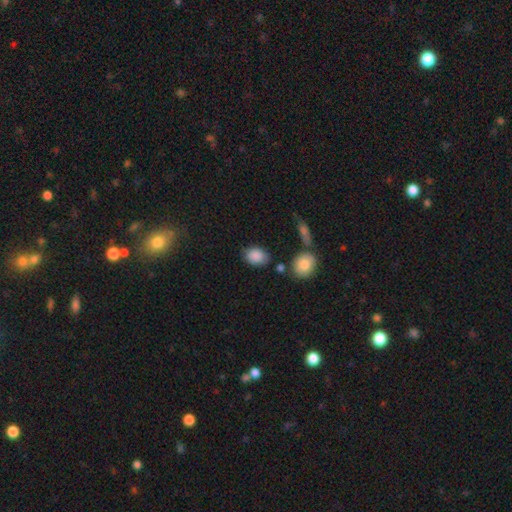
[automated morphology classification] smooth 87%, star or artifact 8%, featured or disk 5%. Down the decision tree: how rounded — in between (76%); merging — none (74%).